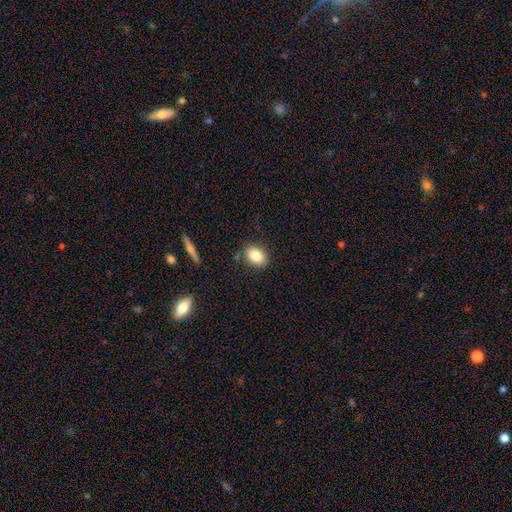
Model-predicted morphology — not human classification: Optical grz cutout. It shows a smooth galaxy with no disk features (83%) that is in between round and cigar-shaped (72%). Merging: none (84%).